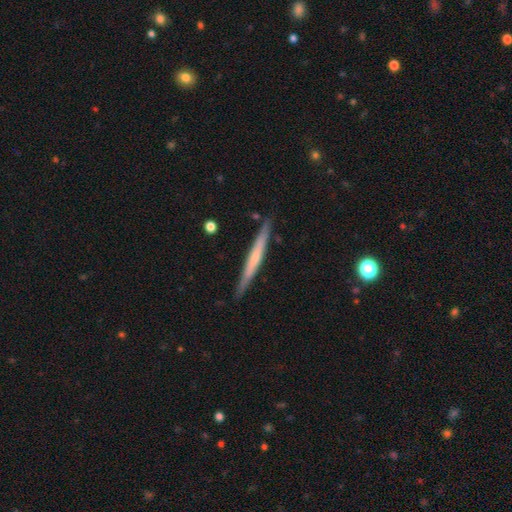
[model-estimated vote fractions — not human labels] Morphology: type=featured or disk (52%); edge-on=yes (97%); edge-on bulge=none (67%); merging=none (88%).